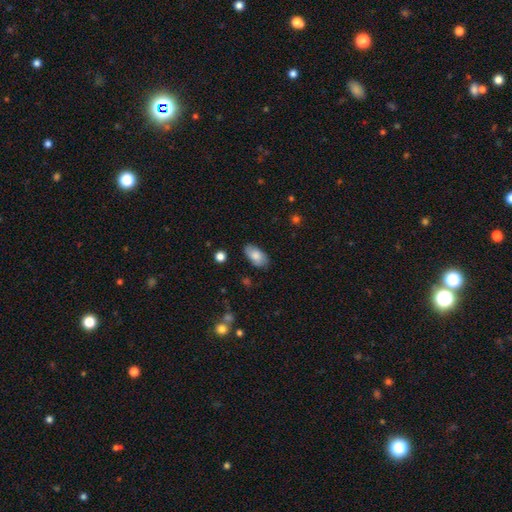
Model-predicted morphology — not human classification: Smooth or featured?
  - smooth: 79% *
  - featured or disk: 14%
  - star or artifact: 7%
How rounded?
  - in between: 94% *
  - round: 4%
  - cigar-shaped: 3%
Merging?
  - none: 81% *
  - minor disturbance: 15%
  - major disturbance: 3%
  - merger: 1%